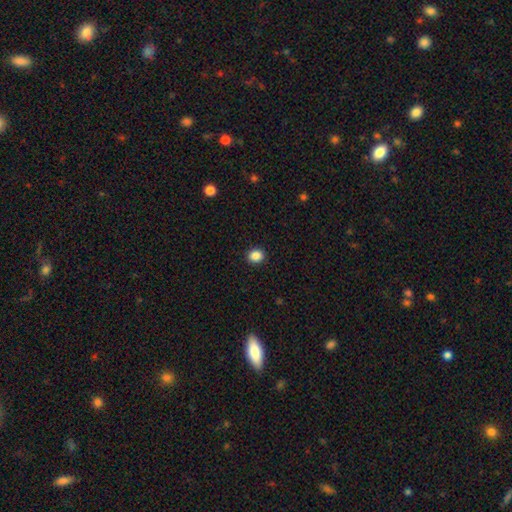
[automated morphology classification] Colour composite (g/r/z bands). It shows a smooth galaxy with no disk features (87%) that is round (70%). Merging: none (92%).